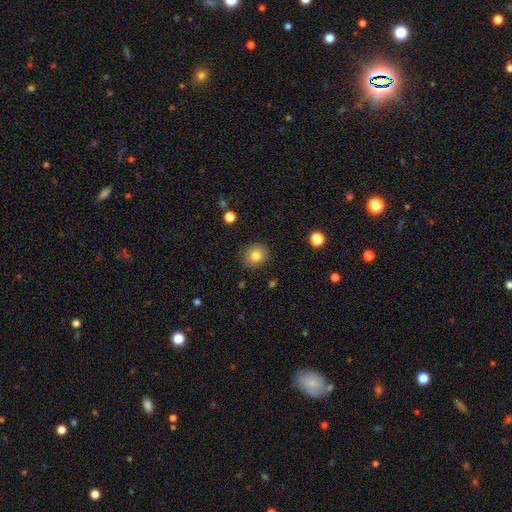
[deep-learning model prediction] Smooth or featured: smooth — 81% (star or artifact — 10%)
How rounded: round — 76% (in between — 23%)
Merging: none — 88% (minor disturbance — 9%)